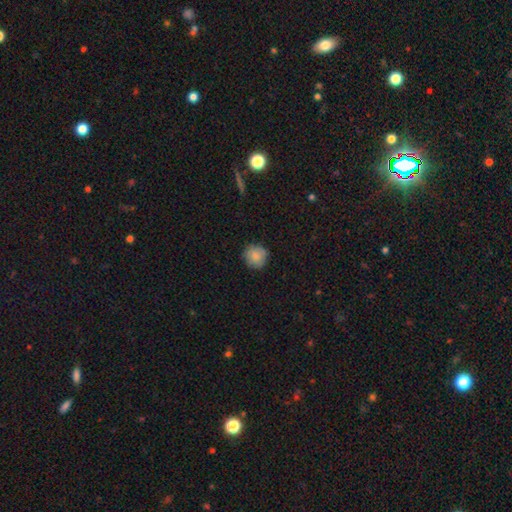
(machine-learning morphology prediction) smooth 83%, featured or disk 9%, star or artifact 8%. Down the decision tree: how rounded — round (92%); merging — none (83%).